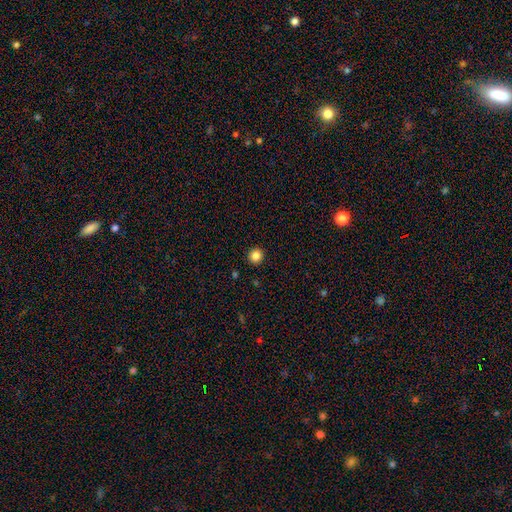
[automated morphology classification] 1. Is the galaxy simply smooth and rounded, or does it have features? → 85% smooth, 11% star or artifact, 4% featured or disk.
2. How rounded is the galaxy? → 92% round, 7% in between, 1% cigar-shaped.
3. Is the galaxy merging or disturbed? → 93% none, 4% minor disturbance, 2% major disturbance, 1% merger.